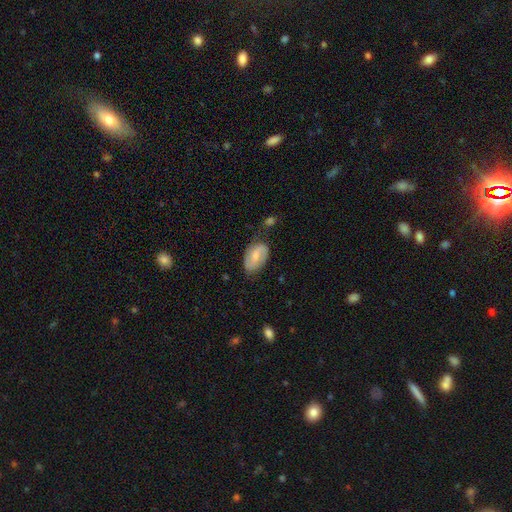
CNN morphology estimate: Smooth or featured? Predicted: featured or disk (p=0.55). Edge-on disk? Predicted: no (p=0.96). Bar? Predicted: weak (p=0.51). Spiral arms? Predicted: yes (p=0.87). Bulge size? Predicted: small (p=0.44). Merging? Predicted: none (p=0.66).